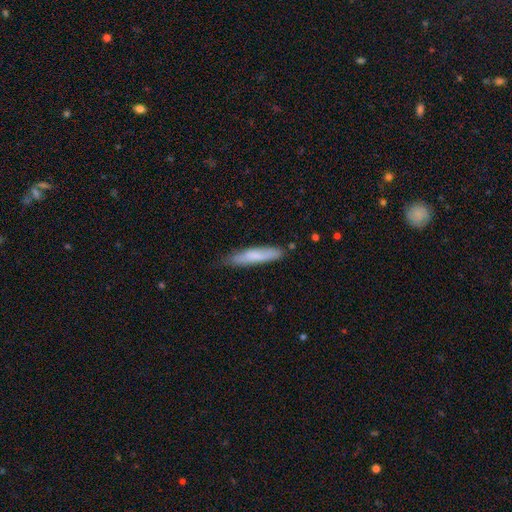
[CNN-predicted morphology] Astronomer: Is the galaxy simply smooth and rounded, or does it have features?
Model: smooth — 74%.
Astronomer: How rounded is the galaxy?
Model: cigar-shaped — 85%.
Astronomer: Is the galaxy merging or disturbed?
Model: none — 76%.